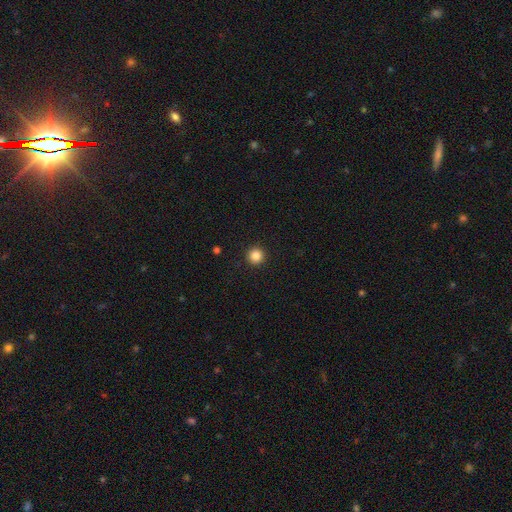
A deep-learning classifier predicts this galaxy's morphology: smooth_or_featured: smooth (p=0.85) [alt: star or artifact p=0.11]
how_rounded: round (p=0.96) [alt: in between p=0.03]
merging: none (p=0.94) [alt: minor disturbance p=0.04]